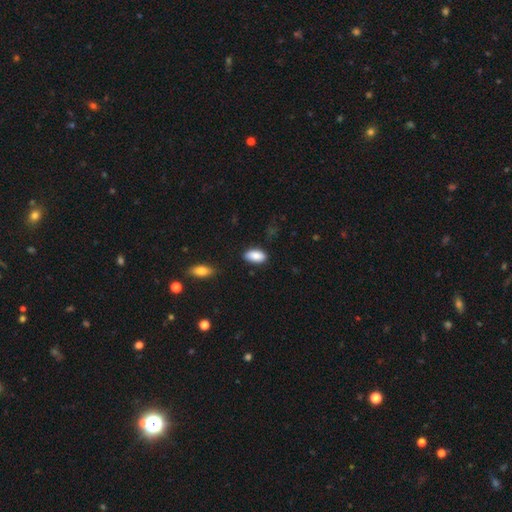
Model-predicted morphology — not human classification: Smooth or featured?
  - smooth: 88% *
  - star or artifact: 7%
  - featured or disk: 6%
How rounded?
  - in between: 93% *
  - cigar-shaped: 4%
  - round: 3%
Merging?
  - none: 84% *
  - minor disturbance: 12%
  - major disturbance: 2%
  - merger: 2%